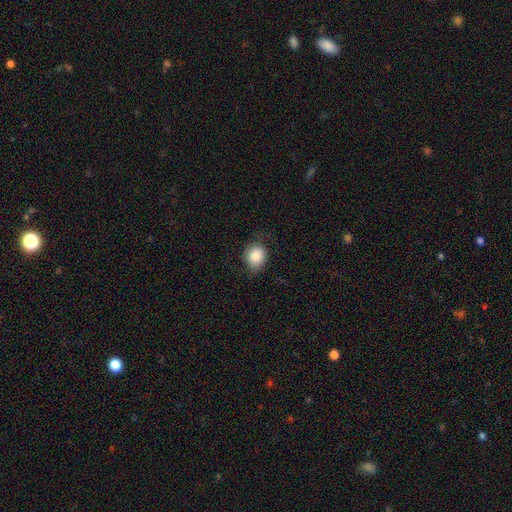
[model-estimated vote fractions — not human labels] Smooth or featured?
  - smooth: 86% *
  - star or artifact: 8%
  - featured or disk: 6%
How rounded?
  - round: 66% *
  - in between: 33%
  - cigar-shaped: 1%
Merging?
  - none: 71% *
  - minor disturbance: 22%
  - major disturbance: 6%
  - merger: 1%